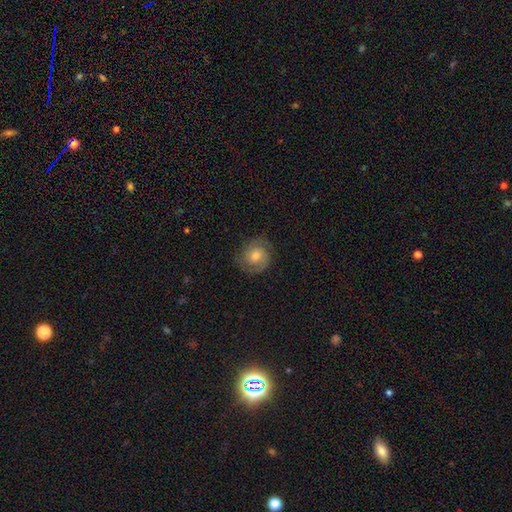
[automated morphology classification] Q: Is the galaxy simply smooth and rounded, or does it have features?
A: featured or disk — 63%.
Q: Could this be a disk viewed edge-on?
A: no — 98%.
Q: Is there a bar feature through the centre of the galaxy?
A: no — 65%.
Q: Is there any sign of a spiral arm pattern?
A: yes — 91%.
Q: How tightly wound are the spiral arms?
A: tight — 53%.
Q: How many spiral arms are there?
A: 2 — 72%.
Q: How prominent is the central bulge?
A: moderate — 64%.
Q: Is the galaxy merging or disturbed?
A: none — 78%.